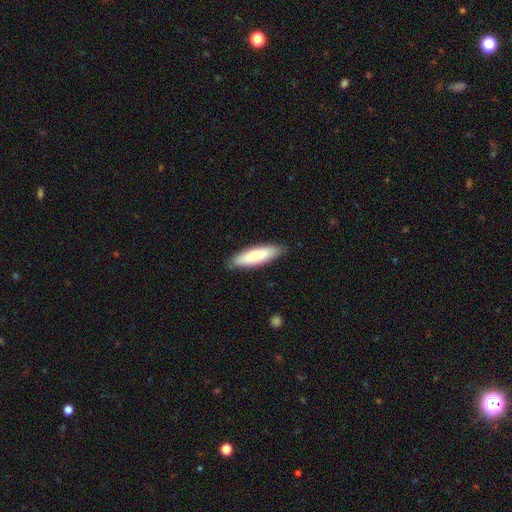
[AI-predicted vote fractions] smooth 81%, featured or disk 14%, star or artifact 5%. Down the decision tree: how rounded — cigar-shaped (62%); merging — none (84%).